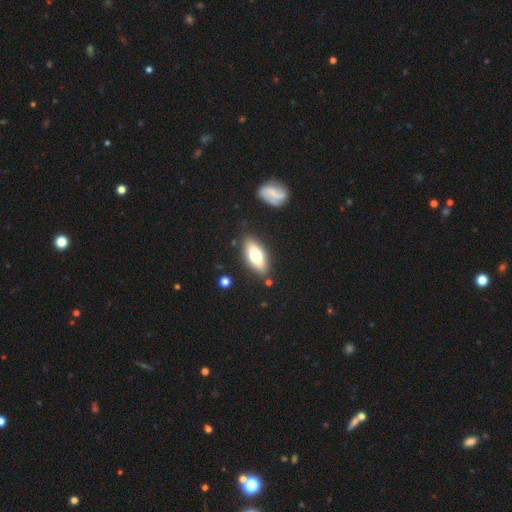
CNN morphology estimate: type=smooth (67%); roundness=in between (79%); merging=none (83%).